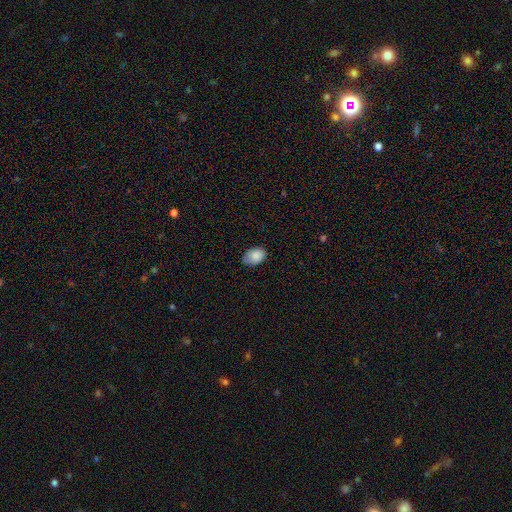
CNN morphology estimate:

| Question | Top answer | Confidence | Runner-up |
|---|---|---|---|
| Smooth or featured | smooth | 85% | star or artifact (8%) |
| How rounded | in between | 80% | round (19%) |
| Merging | none | 68% | minor disturbance (26%) |